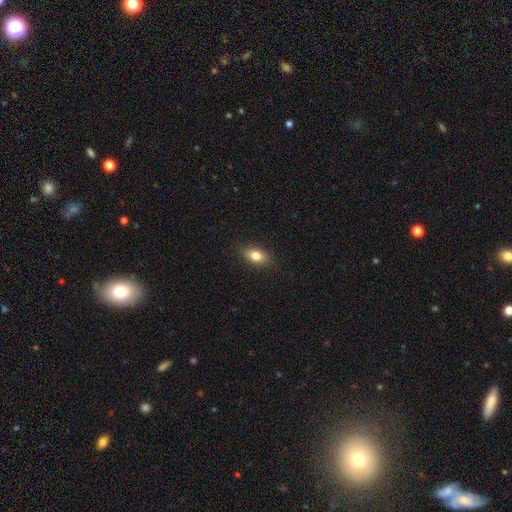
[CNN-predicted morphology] A smooth galaxy with no disk features (81%) that is in between round and cigar-shaped (84%). Merging: none (87%).